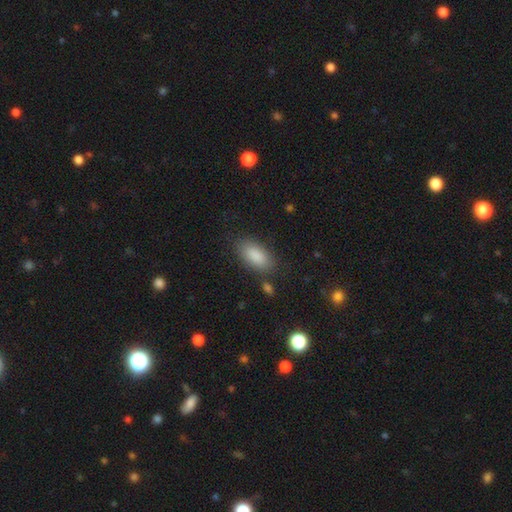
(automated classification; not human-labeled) This appears to be a smooth galaxy with no disk features (88%) that is in between round and cigar-shaped (91%). Merging: none (80%).